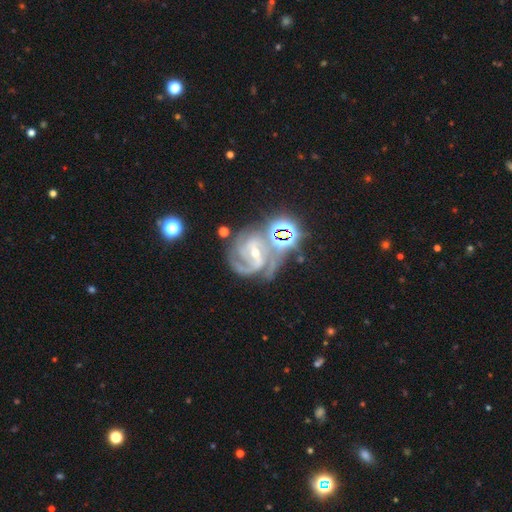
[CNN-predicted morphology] A featured or disk galaxy (85%) with a strong bar (38%, tied with weak), 2 (39%) tight (47%) spiral arms (98%) and a small central bulge (66%).

Vote fractions:
- Smooth or featured? featured or disk: 85% / star or artifact: 11% / smooth: 4%
- Edge-on disk? no: 98% / yes: 2%
- Bar? strong: 38% (tied) / weak: 38% (tied) / no: 23%
- Spiral arms? yes: 98% / no: 2%
- Spiral winding? tight: 47% / medium: 45% / loose: 8%
- Spiral arm count? 2: 39% / 3: 35% / can't tell: 10% / 4: 6% / 1: 5% / more than 4: 5%
- Bulge size? small: 66% / moderate: 30% / none: 2% / large: 1% / dominant: 1%
- Merging? none: 52% / minor disturbance: 18% / merger: 17% / major disturbance: 13%